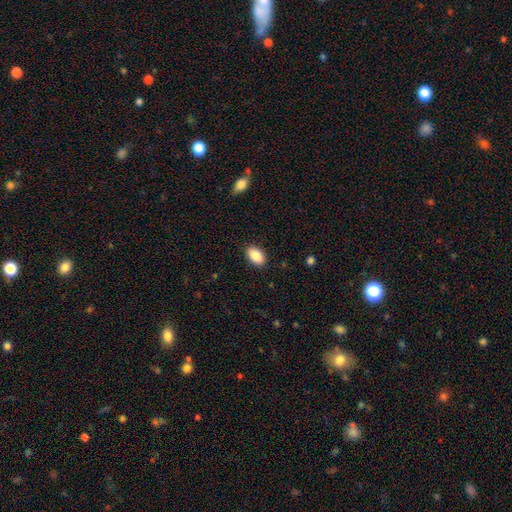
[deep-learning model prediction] smooth-or-featured: smooth: 89% | star or artifact: 7% | featured or disk: 4%
  how-rounded: in between: 92% | round: 6% | cigar-shaped: 1%
  merging: none: 89% | minor disturbance: 8% | major disturbance: 2% | merger: 1%